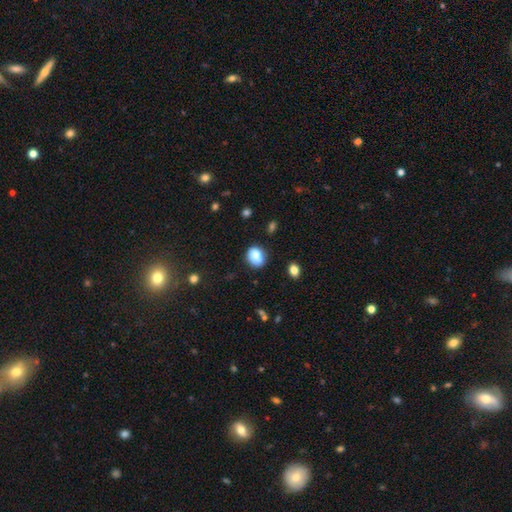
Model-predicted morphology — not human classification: A smooth galaxy with no disk features (83%) that is in between round and cigar-shaped (52%).

Vote fractions:
- Smooth or featured? smooth: 83% / star or artifact: 9% / featured or disk: 8%
- How rounded? in between: 52% / round: 47% / cigar-shaped: 1%
- Merging? none: 72% / minor disturbance: 18% / merger: 6% / major disturbance: 4%